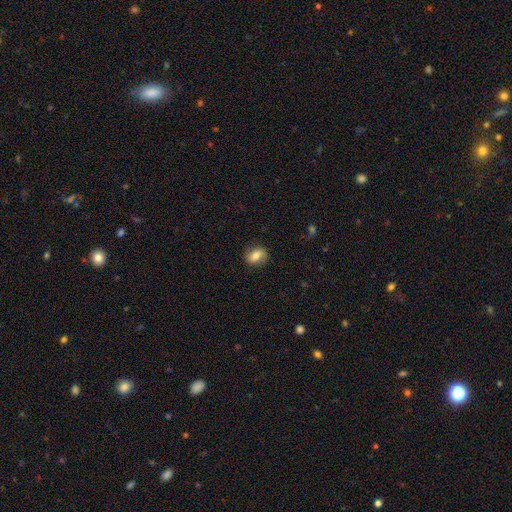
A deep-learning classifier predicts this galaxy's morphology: smooth-or-featured: smooth: 65% | featured or disk: 27% | star or artifact: 9%
  how-rounded: in between: 65% | round: 32% | cigar-shaped: 3%
  merging: none: 82% | minor disturbance: 13% | major disturbance: 4% | merger: 1%